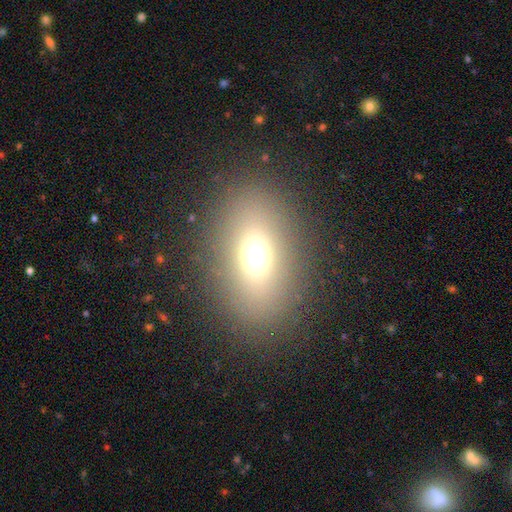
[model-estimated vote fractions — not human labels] smooth_or_featured: smooth (p=0.64) [alt: star or artifact p=0.20]
how_rounded: in between (p=0.71) [alt: round p=0.27]
merging: none (p=0.85) [alt: minor disturbance p=0.08]